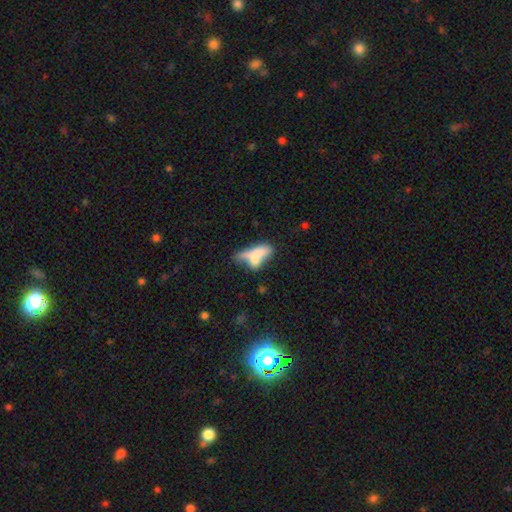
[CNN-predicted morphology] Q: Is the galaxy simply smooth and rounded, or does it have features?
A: smooth — 60%.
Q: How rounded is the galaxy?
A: in between — 56%.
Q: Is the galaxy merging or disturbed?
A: merger — 47%.